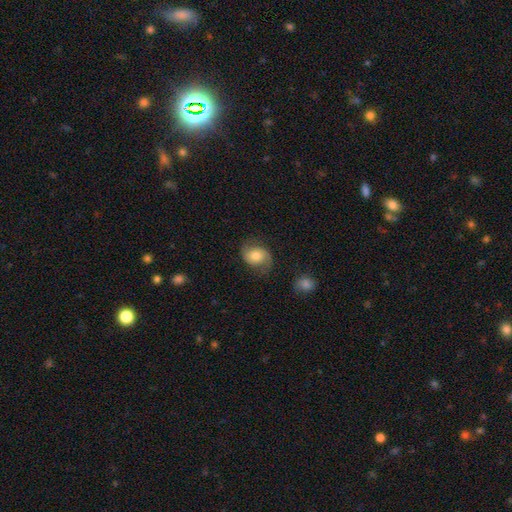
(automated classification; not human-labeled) Q: Smooth or featured?
A: smooth (48%); runner-up: featured or disk (43%)
Q: Merging?
A: none (66%); runner-up: minor disturbance (22%)